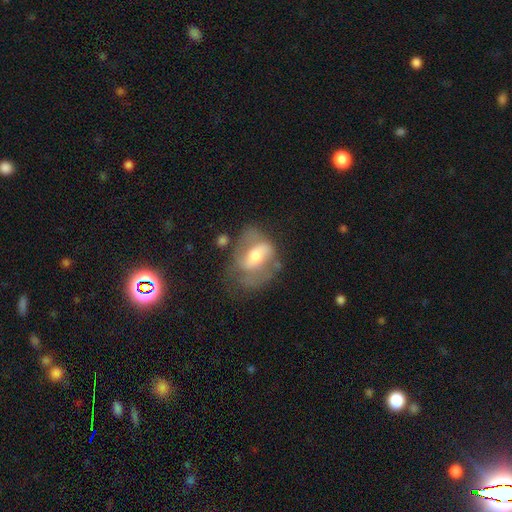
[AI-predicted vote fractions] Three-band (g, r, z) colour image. It shows a featured or disk galaxy (65%) with a weak bar (40%), spiral arms (67%) and a moderate central bulge (63%). Merging: none (46%).